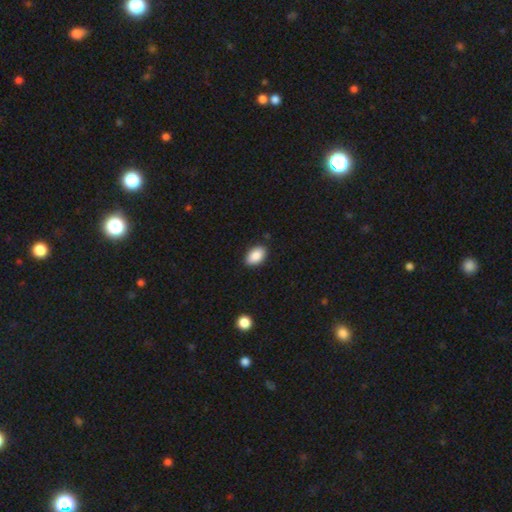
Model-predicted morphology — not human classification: Smooth or featured?
  - smooth: 89% *
  - star or artifact: 7%
  - featured or disk: 4%
How rounded?
  - in between: 92% *
  - round: 7%
  - cigar-shaped: 1%
Merging?
  - none: 87% *
  - minor disturbance: 10%
  - major disturbance: 2%
  - merger: 1%